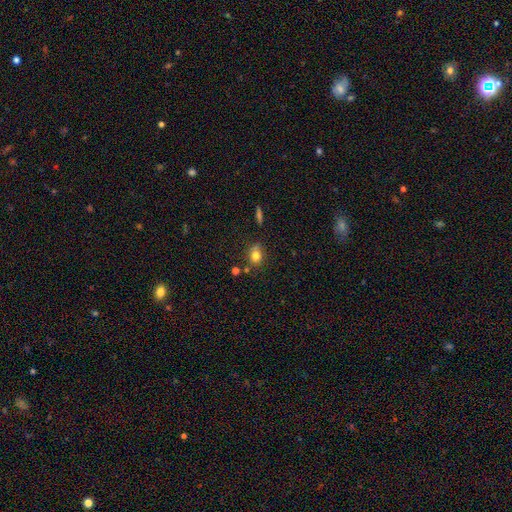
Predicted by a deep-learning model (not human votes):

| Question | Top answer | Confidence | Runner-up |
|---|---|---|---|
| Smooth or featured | smooth | 78% | star or artifact (12%) |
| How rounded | round | 57% | in between (41%) |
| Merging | none | 65% | minor disturbance (21%) |